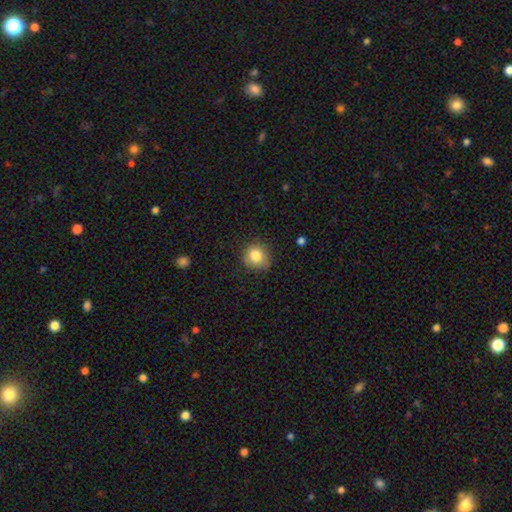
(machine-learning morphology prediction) Smooth or featured: smooth — 83% (star or artifact — 10%)
How rounded: round — 83% (in between — 16%)
Merging: none — 77% (minor disturbance — 18%)